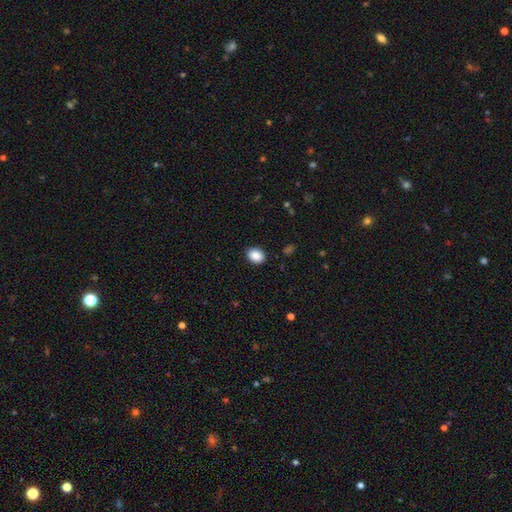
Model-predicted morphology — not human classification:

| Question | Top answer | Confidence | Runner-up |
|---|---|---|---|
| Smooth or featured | smooth | 89% | star or artifact (8%) |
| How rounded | in between | 60% | round (39%) |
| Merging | none | 90% | minor disturbance (7%) |